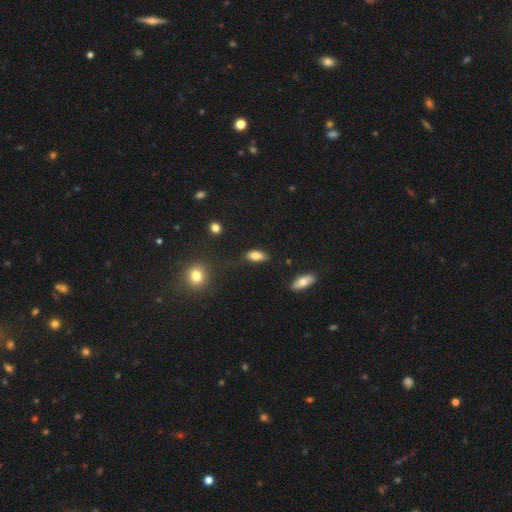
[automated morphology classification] Overall: smooth (80%). How rounded: in between (86%). Merging: none (79%).